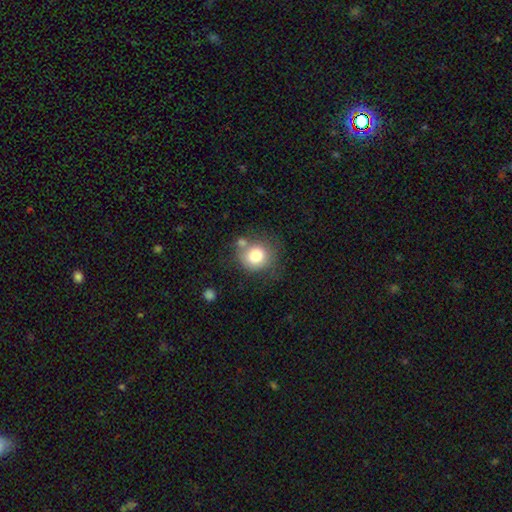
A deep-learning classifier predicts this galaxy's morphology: smooth_or_featured: smooth (p=0.79) [alt: featured or disk p=0.11]
how_rounded: round (p=0.81) [alt: in between p=0.18]
merging: none (p=0.58) [alt: minor disturbance p=0.19]